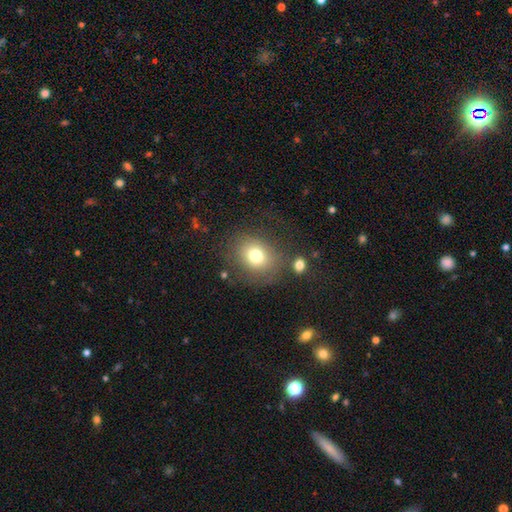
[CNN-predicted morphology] Q: Smooth or featured?
A: smooth (74%); runner-up: featured or disk (14%)
Q: How rounded?
A: round (62%); runner-up: in between (37%)
Q: Merging?
A: none (72%); runner-up: minor disturbance (15%)